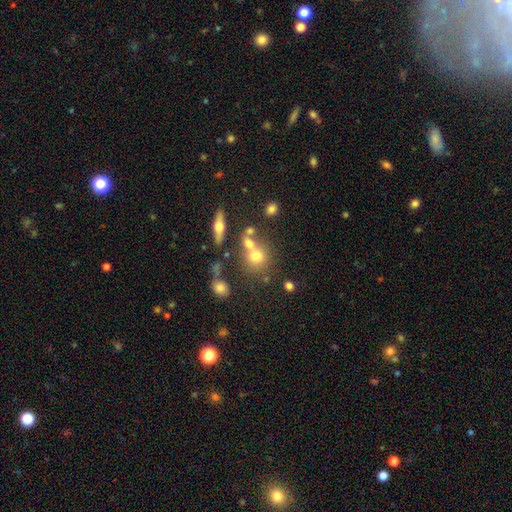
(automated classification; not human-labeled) This is likely a smooth galaxy (64%). How rounded: likely round (76%). Merging: possibly none (47%).